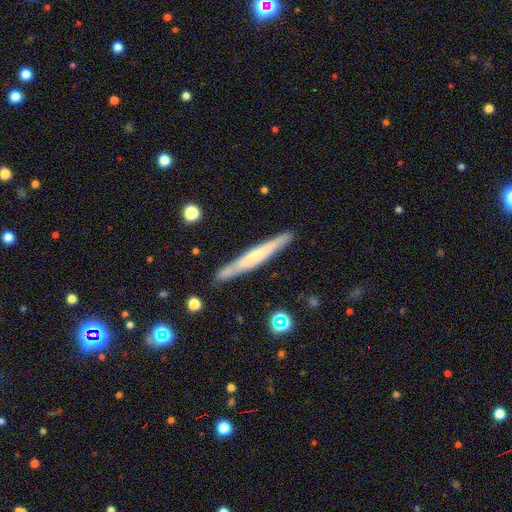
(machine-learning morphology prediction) smooth-or-featured: featured or disk: 52% | smooth: 42% | star or artifact: 6%
  disk-edge-on: yes: 92% | no: 8%
  merging: none: 83% | minor disturbance: 12% | merger: 3% | major disturbance: 2%